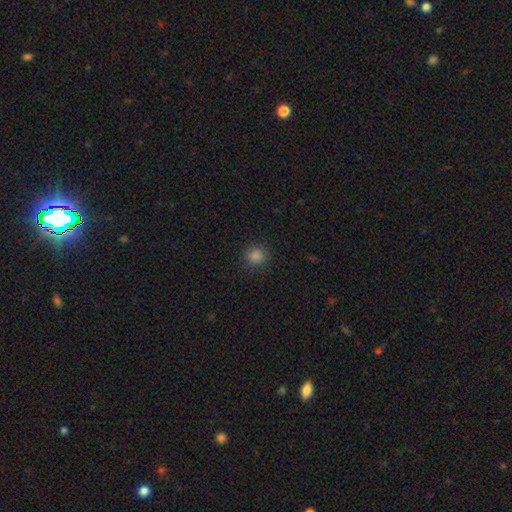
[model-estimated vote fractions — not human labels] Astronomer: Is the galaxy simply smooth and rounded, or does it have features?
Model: smooth — 83%.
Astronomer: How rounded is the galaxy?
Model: round — 92%.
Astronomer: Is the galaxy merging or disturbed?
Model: none — 91%.